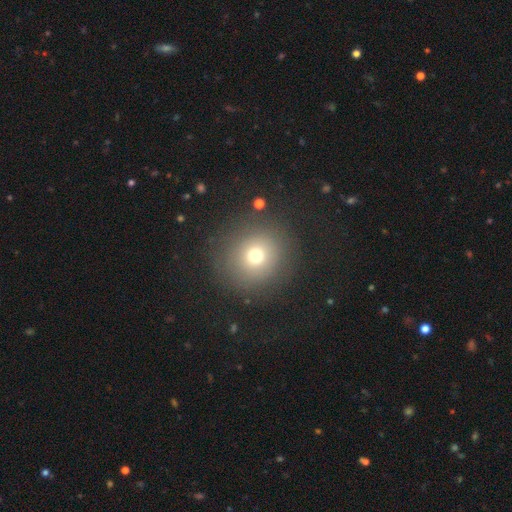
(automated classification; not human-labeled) smooth_or_featured: smooth (p=0.71) [alt: star or artifact p=0.17]
how_rounded: round (p=0.91) [alt: in between p=0.08]
merging: none (p=0.86) [alt: minor disturbance p=0.08]